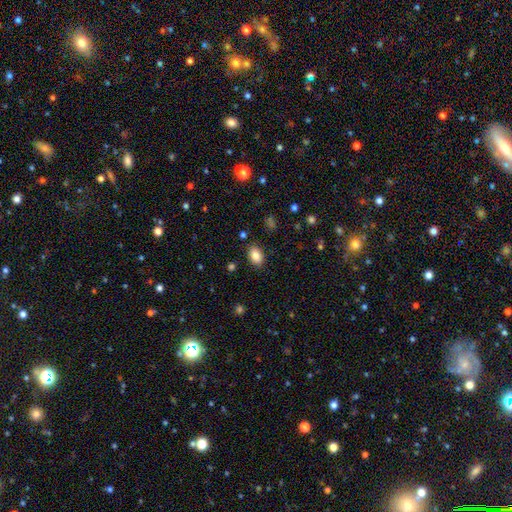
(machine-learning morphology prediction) smooth_or_featured: smooth (p=0.84) [alt: star or artifact p=0.09]
how_rounded: in between (p=0.85) [alt: round p=0.13]
merging: none (p=0.87) [alt: minor disturbance p=0.09]